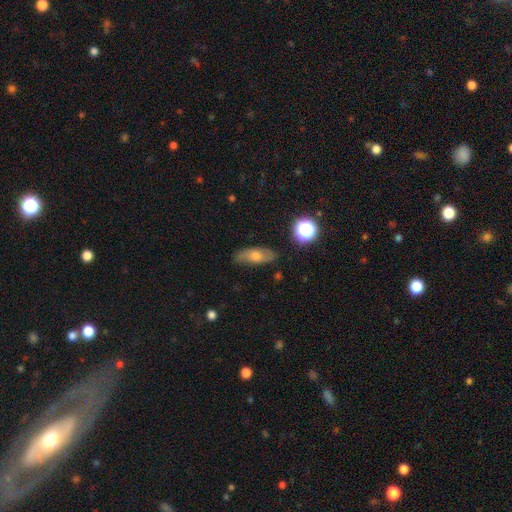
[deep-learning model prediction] This appears to be a smooth galaxy with no disk features (61%) that is in between round and cigar-shaped (67%). Merging: none (81%).